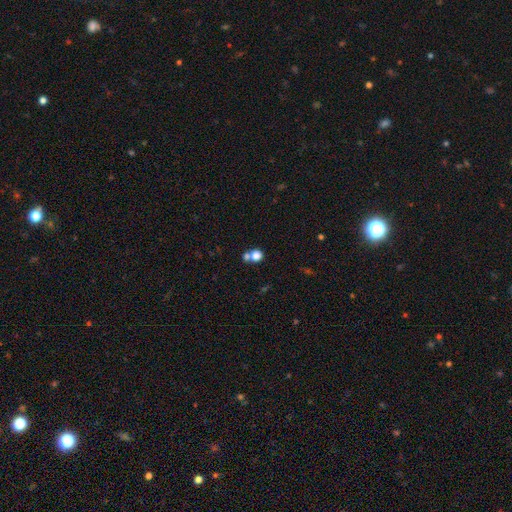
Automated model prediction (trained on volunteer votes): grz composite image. It shows a smooth galaxy with no disk features (78%) that is round (80%). Merging: none (48%).